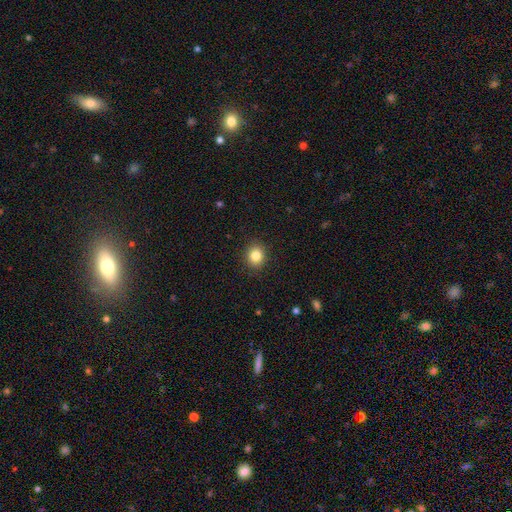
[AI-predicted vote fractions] Smooth or featured? Predicted: smooth (p=0.84). How rounded? Predicted: round (p=0.74). Merging? Predicted: none (p=0.91).